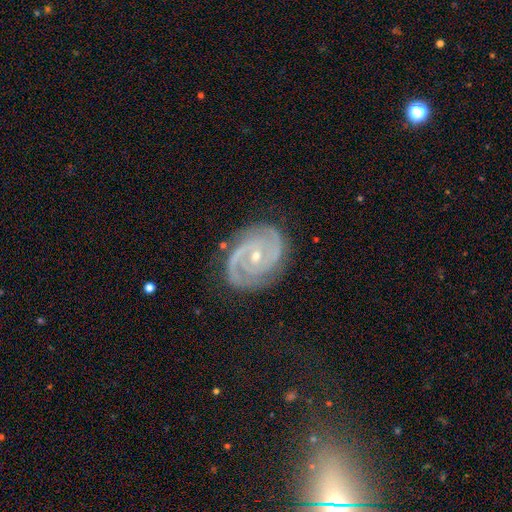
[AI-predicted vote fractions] Smooth or featured? Predicted: featured or disk (p=0.91). Edge-on disk? Predicted: no (p=0.98). Bar? Predicted: no (p=0.58). Spiral arms? Predicted: yes (p=0.98). Spiral winding? Predicted: tight (p=0.61). Spiral arm count? Predicted: 2 (p=0.77). Bulge size? Predicted: small (p=0.62). Merging? Predicted: none (p=0.81).